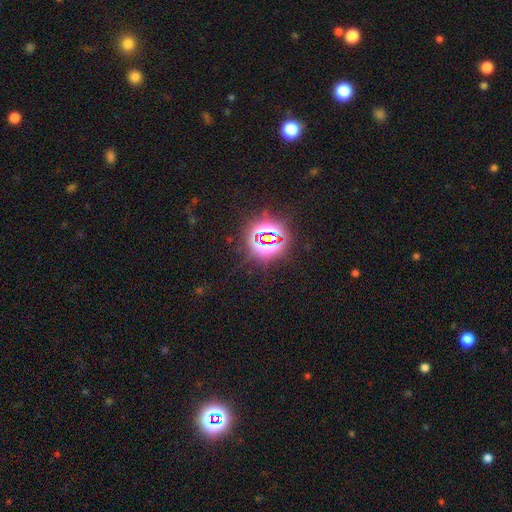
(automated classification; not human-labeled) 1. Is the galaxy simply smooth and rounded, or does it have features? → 77% star or artifact, 15% smooth, 8% featured or disk.